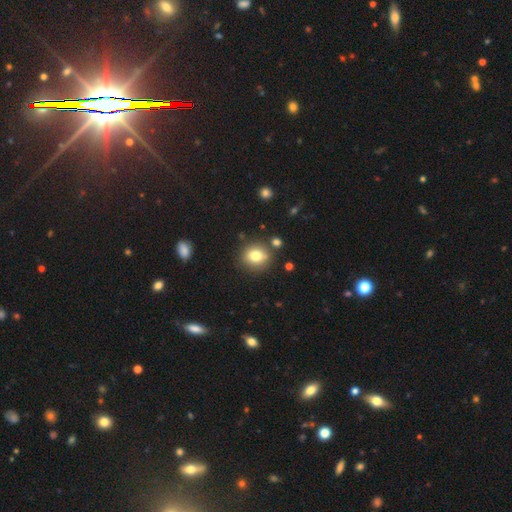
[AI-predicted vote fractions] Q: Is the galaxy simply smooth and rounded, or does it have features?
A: smooth — 78%.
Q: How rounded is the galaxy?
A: round — 83%.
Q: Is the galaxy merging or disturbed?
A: none — 82%.